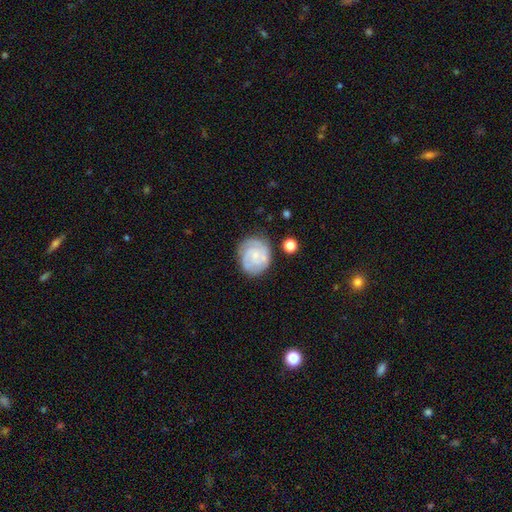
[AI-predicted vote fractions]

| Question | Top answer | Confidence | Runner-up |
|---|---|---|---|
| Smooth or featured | featured or disk | 76% | smooth (18%) |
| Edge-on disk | no | 98% | yes (2%) |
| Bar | no | 66% | weak (30%) |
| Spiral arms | yes | 94% | no (6%) |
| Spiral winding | tight | 63% | medium (30%) |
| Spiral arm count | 2 | 34% | 3 (32%) |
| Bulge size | small | 58% | none (21%) |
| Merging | none | 73% | minor disturbance (17%) |